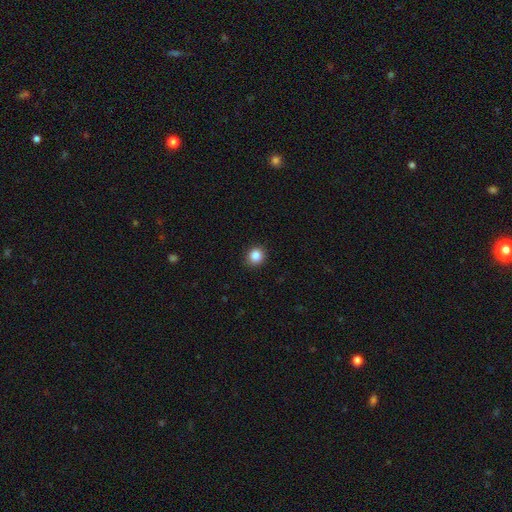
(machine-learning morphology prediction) Overall: smooth (84%). How rounded: round (86%). Merging: none (91%).